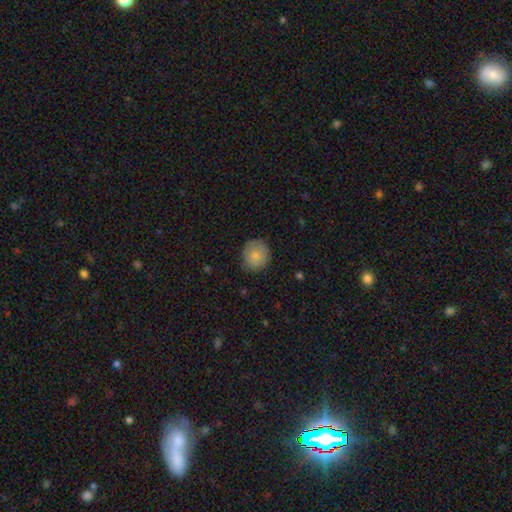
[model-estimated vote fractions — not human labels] Q: Smooth or featured?
A: smooth (82%); runner-up: featured or disk (10%)
Q: How rounded?
A: round (86%); runner-up: in between (13%)
Q: Merging?
A: none (84%); runner-up: minor disturbance (13%)